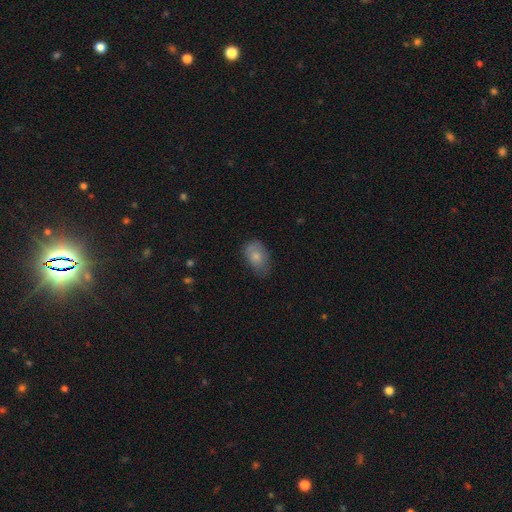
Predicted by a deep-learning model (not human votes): The model was most divided on "merging": none: 58%, minor disturbance: 31%, major disturbance: 9%, merger: 2%. More confident: how rounded — in between (88%); smooth or featured — smooth (76%).